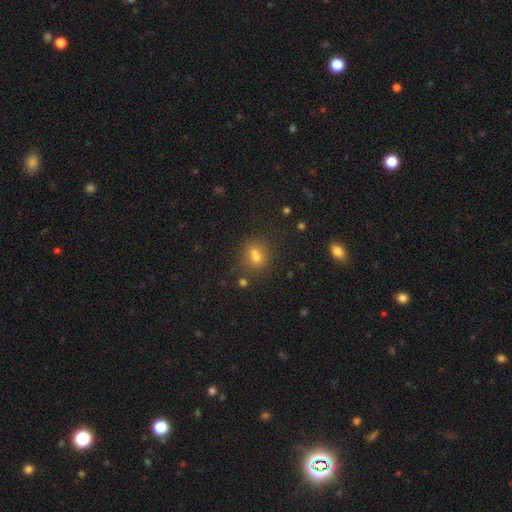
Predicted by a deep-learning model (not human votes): Smooth or featured? smooth (68%)
How rounded? round (55%)
Merging? none (54%)